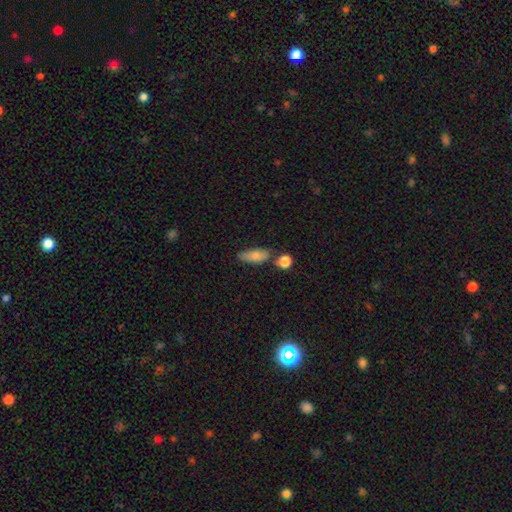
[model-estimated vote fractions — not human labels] The model was most divided on "merging": none: 61%, minor disturbance: 19%, merger: 15%, major disturbance: 5%. More confident: smooth or featured — smooth (78%); how rounded — in between (77%).